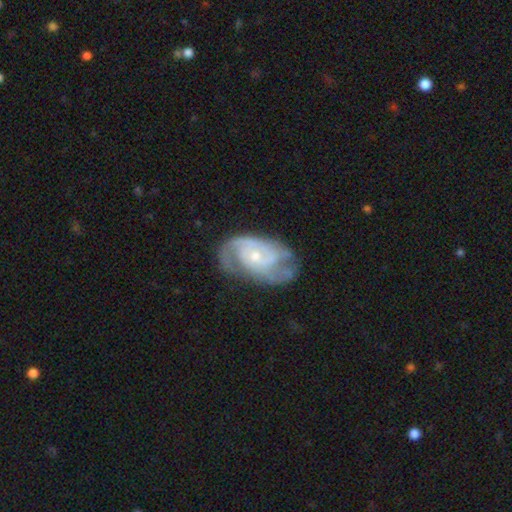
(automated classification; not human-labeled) smooth-or-featured: featured or disk: 83% | smooth: 11% | star or artifact: 5%
  disk-edge-on: no: 97% | yes: 3%
    bar: no: 69% | weak: 27% | strong: 5%
    has-spiral-arms: yes: 94% | no: 6%
      spiral-winding: tight: 44% | medium: 43% | loose: 13%
      spiral-arm-count: 2: 54% | can't tell: 19% | 3: 16% | 1: 4% | 4: 3% | more than 4: 3%
    bulge-size: small: 58% | moderate: 37% | none: 2% | large: 2% | dominant: 1%
  merging: none: 60% | minor disturbance: 24% | major disturbance: 14% | merger: 2%